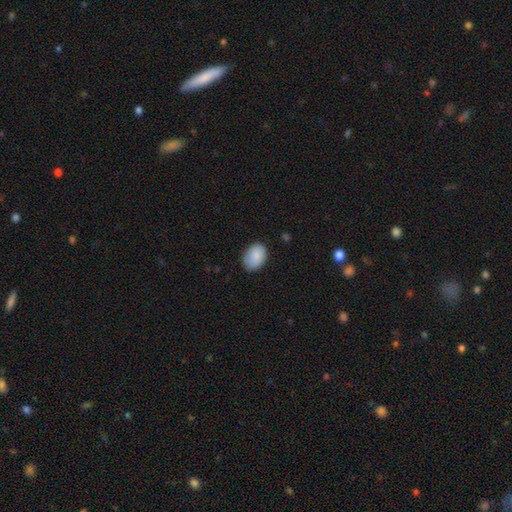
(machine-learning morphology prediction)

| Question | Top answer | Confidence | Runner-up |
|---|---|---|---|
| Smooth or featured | smooth | 88% | star or artifact (7%) |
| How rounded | in between | 78% | round (21%) |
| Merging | none | 75% | minor disturbance (20%) |